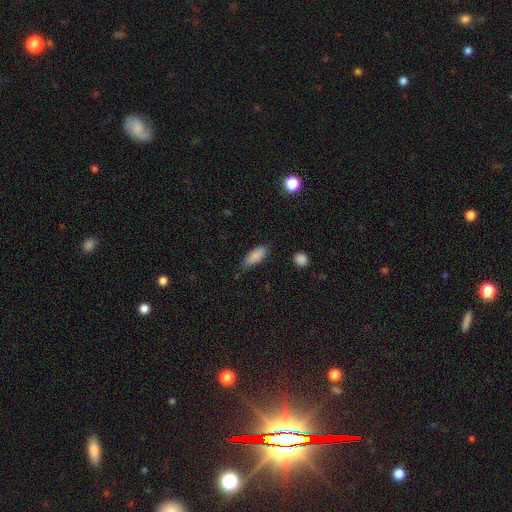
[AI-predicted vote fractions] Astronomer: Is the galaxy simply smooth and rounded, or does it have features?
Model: smooth — 86%.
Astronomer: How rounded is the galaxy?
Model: in between — 81%.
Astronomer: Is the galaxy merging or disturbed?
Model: none — 68%.